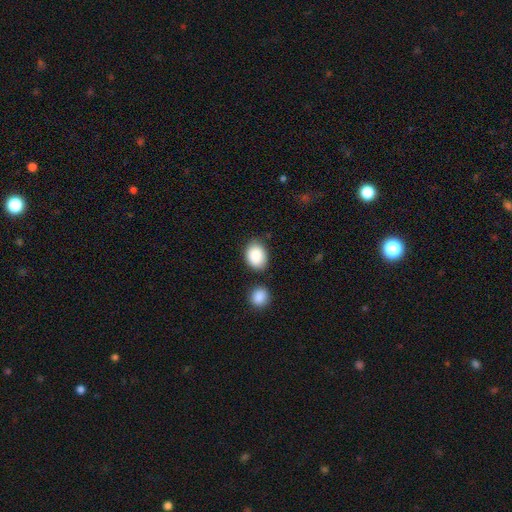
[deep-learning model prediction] Smooth or featured: smooth — 89% (star or artifact — 7%)
How rounded: in between — 75% (round — 24%)
Merging: none — 73% (minor disturbance — 14%)